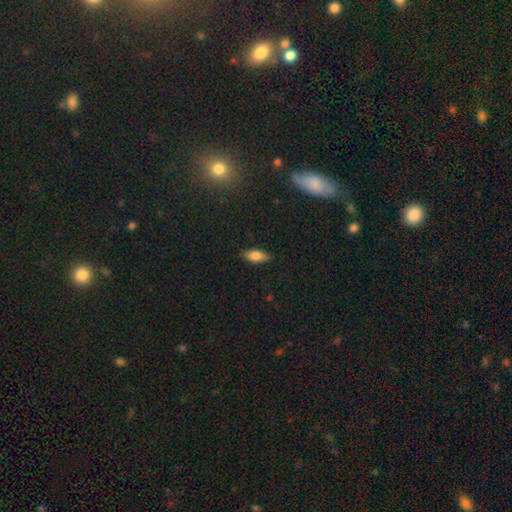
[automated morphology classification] A smooth galaxy with no disk features (79%) that is in between round and cigar-shaped (83%). Merging: none (86%).